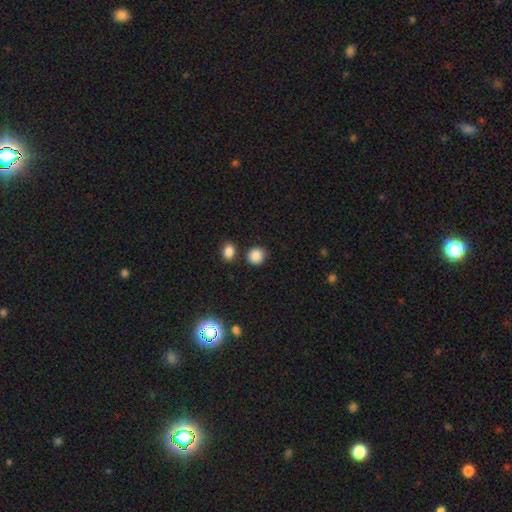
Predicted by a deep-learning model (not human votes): Smooth or featured? smooth (87%)
How rounded? round (84%)
Merging? none (81%)